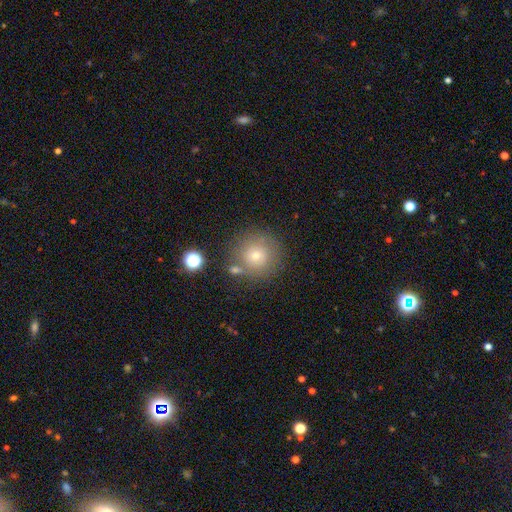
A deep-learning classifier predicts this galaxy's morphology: smooth 65%, featured or disk 19%, star or artifact 15%. Down the decision tree: how rounded — round (94%); merging — none (76%).